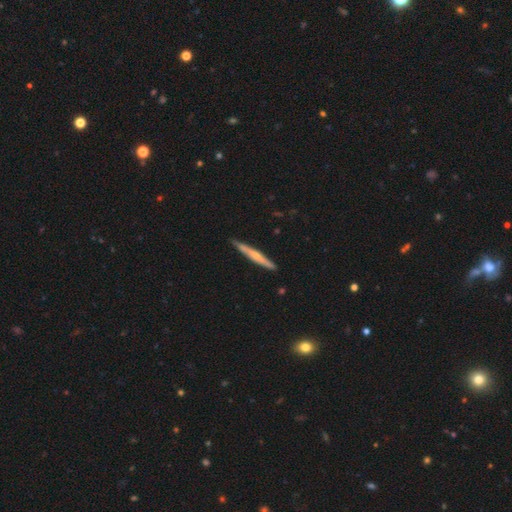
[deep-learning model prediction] smooth_or_featured: featured or disk (p=0.54) [alt: smooth p=0.40]
disk_edge_on: yes (p=0.96) [alt: no p=0.04]
edge_on_bulge: rounded (p=0.54) [alt: none p=0.37]
merging: none (p=0.87) [alt: minor disturbance p=0.10]